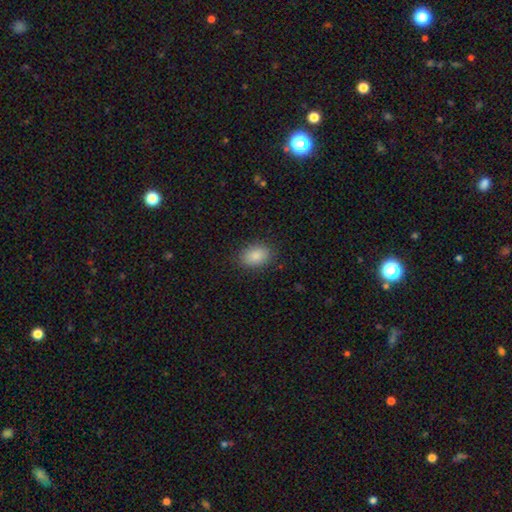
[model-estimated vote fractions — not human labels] A smooth galaxy with no disk features (88%) that is in between round and cigar-shaped (82%).

Vote fractions:
- Smooth or featured? smooth: 88% / star or artifact: 8% / featured or disk: 5%
- How rounded? in between: 82% / round: 17% / cigar-shaped: 1%
- Merging? none: 86% / minor disturbance: 10% / major disturbance: 3% / merger: 1%